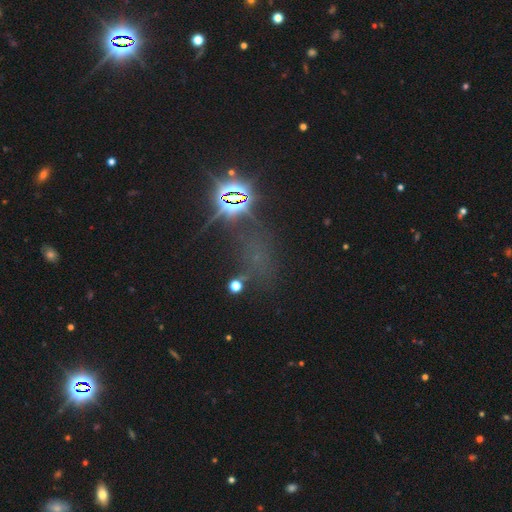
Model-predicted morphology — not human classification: A star or artifact, not a galaxy (74%).